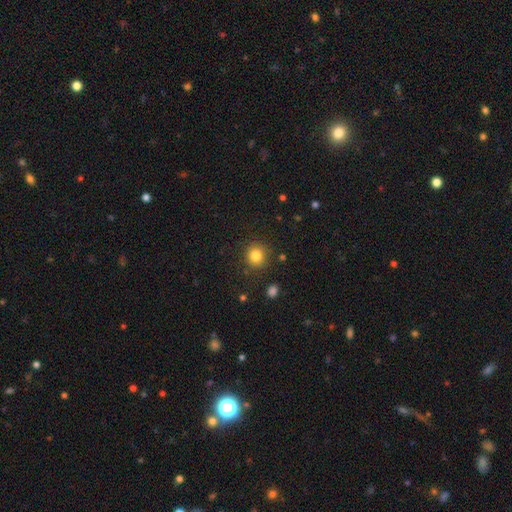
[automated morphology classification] smooth 82%, star or artifact 12%, featured or disk 6%. Down the decision tree: how rounded — round (90%); merging — none (88%).